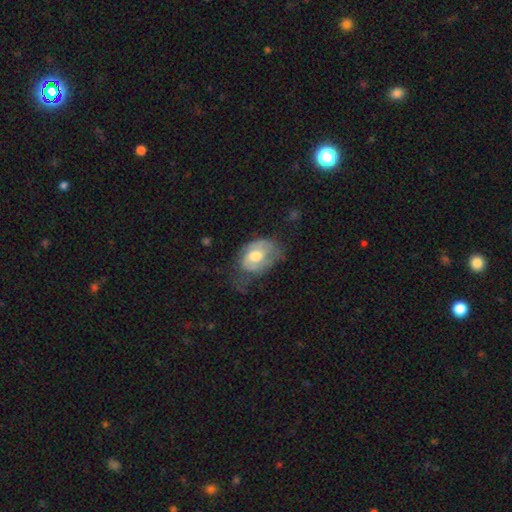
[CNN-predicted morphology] A featured or disk galaxy (55%) with no bar (66%), spiral arms (65%) and a moderate central bulge (61%).

Vote fractions:
- Smooth or featured? featured or disk: 55% / smooth: 39% / star or artifact: 6%
- Edge-on disk? no: 95% / yes: 5%
- Bar? no: 66% / weak: 29% / strong: 6%
- Spiral arms? yes: 65% / no: 35%
- Bulge size? moderate: 61% / large: 26% / small: 9% / none: 2% / dominant: 2%
- Merging? none: 37% / minor disturbance: 33% / major disturbance: 28% / merger: 2%